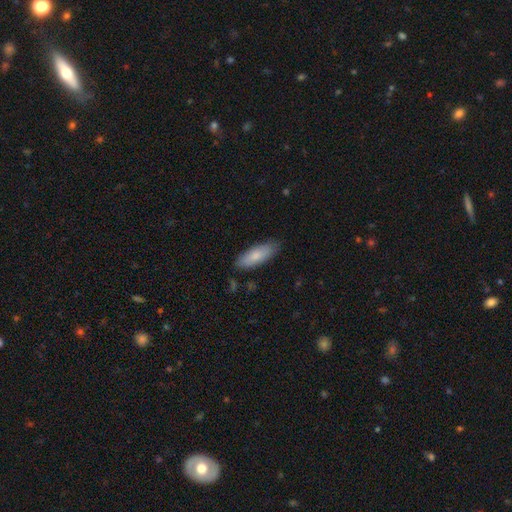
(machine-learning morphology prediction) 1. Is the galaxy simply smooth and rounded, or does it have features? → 80% smooth, 14% featured or disk, 5% star or artifact.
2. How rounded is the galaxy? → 70% in between, 29% cigar-shaped, 2% round.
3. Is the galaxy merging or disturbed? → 81% none, 15% minor disturbance, 3% major disturbance, 1% merger.